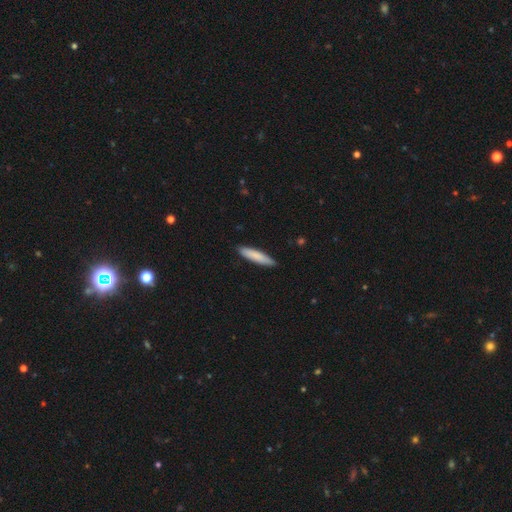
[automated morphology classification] Smooth or featured? smooth (82%)
How rounded? cigar-shaped (84%)
Merging? none (88%)